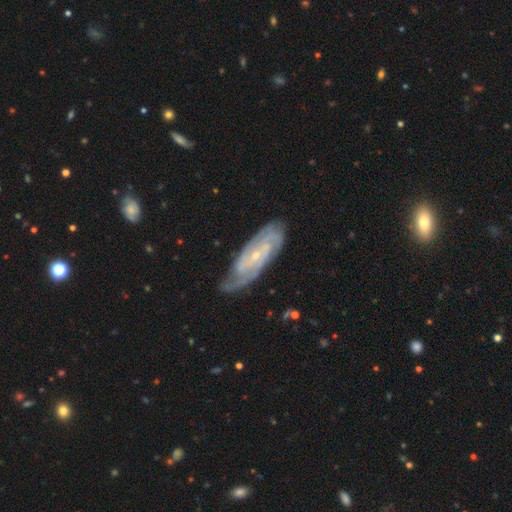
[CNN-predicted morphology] Smooth or featured?
  - featured or disk: 87% *
  - smooth: 8%
  - star or artifact: 6%
Edge-on disk?
  - no: 90% *
  - yes: 10%
Bar?
  - no: 57% *
  - weak: 32%
  - strong: 11%
Spiral arms?
  - yes: 97% *
  - no: 3%
Spiral winding?
  - tight: 68% *
  - medium: 27%
  - loose: 5%
Spiral arm count?
  - 2: 35% *
  - can't tell: 25%
  - 3: 19%
  - 4: 10%
  - 1: 5%
  - more than 4: 5%
Bulge size?
  - small: 80% *
  - moderate: 16%
  - none: 2%
  - large: 1%
  - dominant: 1%
Merging?
  - none: 75% *
  - minor disturbance: 19%
  - major disturbance: 5%
  - merger: 2%